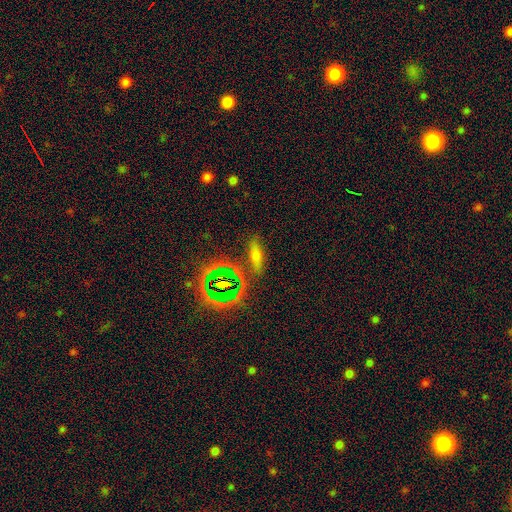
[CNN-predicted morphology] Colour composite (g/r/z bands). It shows a smooth galaxy with no disk features (38%). Merging: none (76%).